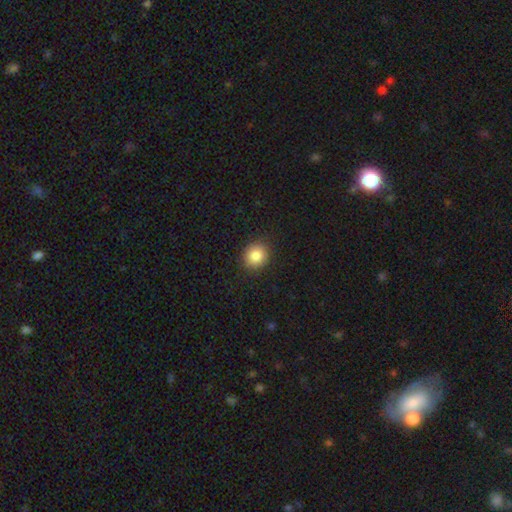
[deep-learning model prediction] Q: Smooth or featured?
A: smooth (86%); runner-up: star or artifact (9%)
Q: How rounded?
A: round (79%); runner-up: in between (20%)
Q: Merging?
A: none (89%); runner-up: minor disturbance (8%)